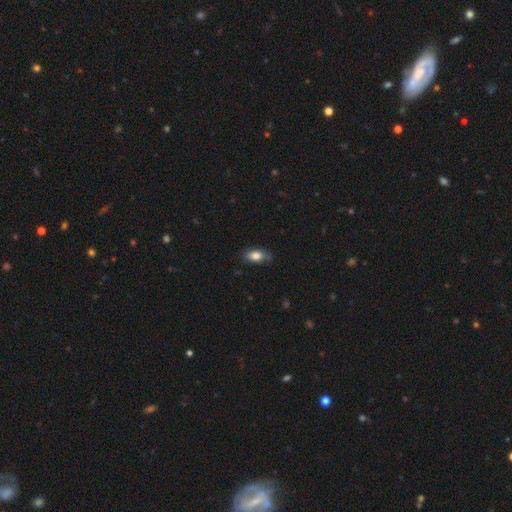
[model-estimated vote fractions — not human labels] Morphology: type=smooth (82%); roundness=in between (86%); merging=none (76%).